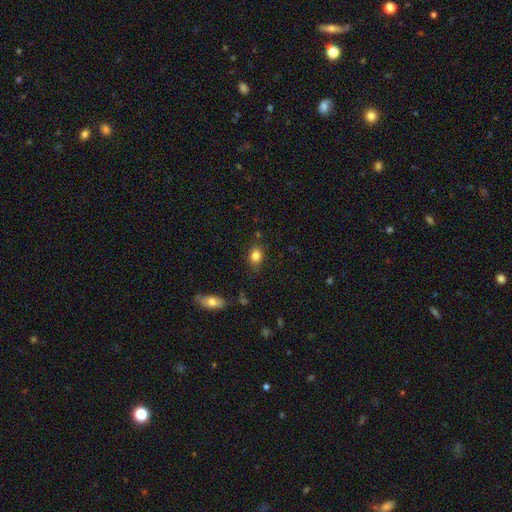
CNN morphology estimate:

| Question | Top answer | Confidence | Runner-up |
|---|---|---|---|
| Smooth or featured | smooth | 84% | star or artifact (10%) |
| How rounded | in between | 60% | round (39%) |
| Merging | none | 80% | minor disturbance (14%) |